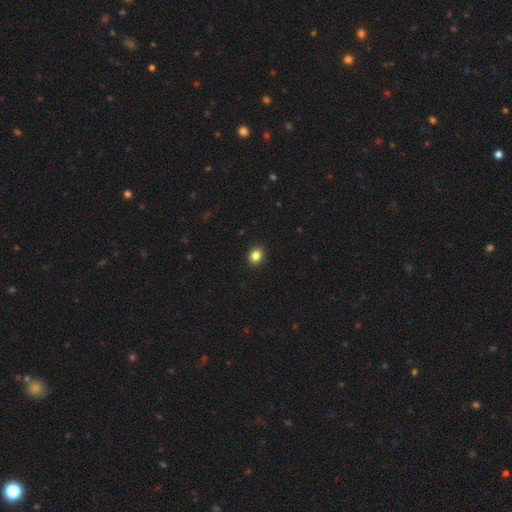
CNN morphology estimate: Smooth or featured?
  - smooth: 85% *
  - star or artifact: 10%
  - featured or disk: 5%
How rounded?
  - round: 61% *
  - in between: 38%
  - cigar-shaped: 1%
Merging?
  - none: 91% *
  - minor disturbance: 6%
  - major disturbance: 2%
  - merger: 1%